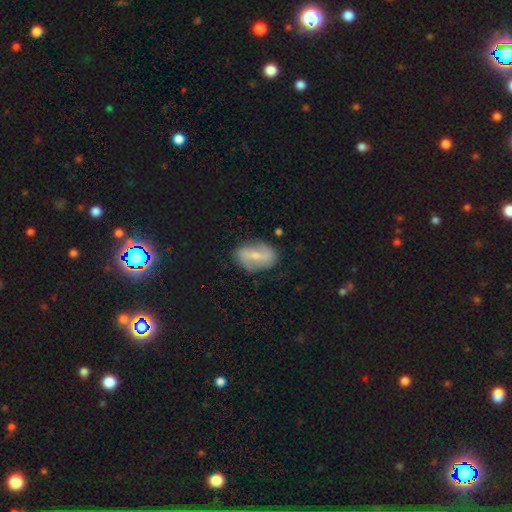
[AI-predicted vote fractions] Smooth or featured? featured or disk (64%)
Edge-on disk? no (95%)
Bar? weak (42%)
Spiral arms? yes (79%)
Bulge size? small (58%)
Merging? none (76%)